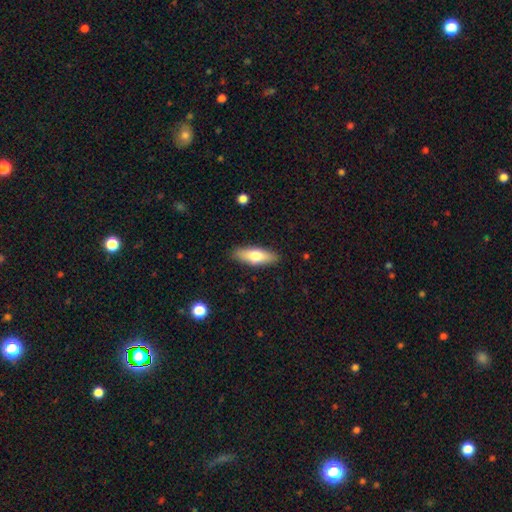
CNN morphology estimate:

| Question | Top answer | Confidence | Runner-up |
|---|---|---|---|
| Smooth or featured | smooth | 68% | featured or disk (27%) |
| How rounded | in between | 55% | cigar-shaped (42%) |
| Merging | none | 88% | minor disturbance (9%) |